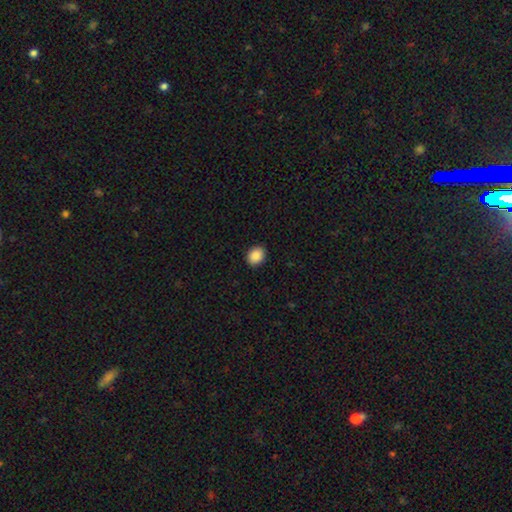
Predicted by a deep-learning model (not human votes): A smooth galaxy with no disk features (89%) that is round (56%). Merging: none (90%).